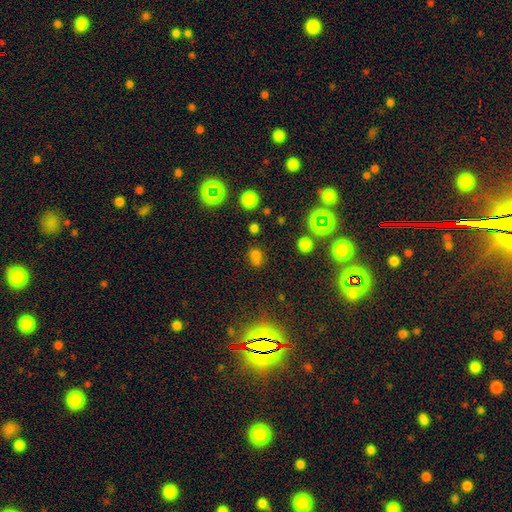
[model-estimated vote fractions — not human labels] Q: Smooth or featured?
A: smooth (64%); runner-up: star or artifact (28%)
Q: How rounded?
A: round (64%); runner-up: in between (35%)
Q: Merging?
A: none (59%); runner-up: merger (19%)